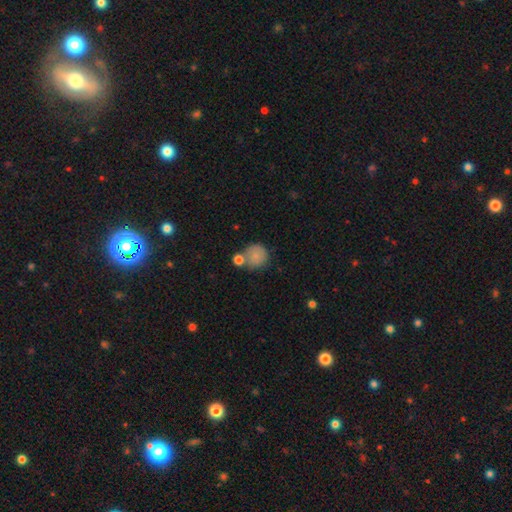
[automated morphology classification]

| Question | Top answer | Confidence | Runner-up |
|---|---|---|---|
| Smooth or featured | smooth | 82% | star or artifact (9%) |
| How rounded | round | 91% | in between (8%) |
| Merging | none | 57% | merger (24%) |